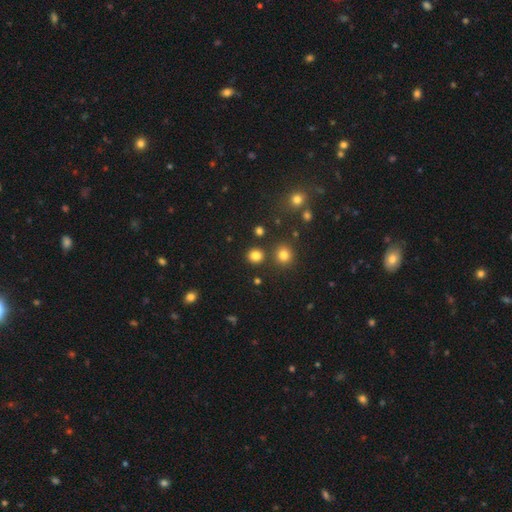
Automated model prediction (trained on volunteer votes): This appears to be a smooth galaxy with no disk features (81%) that is round (89%). Merging: none (87%).